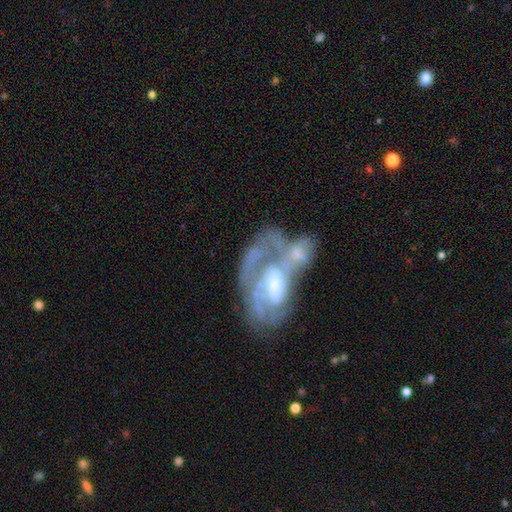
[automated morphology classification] Smooth or featured?
  - featured or disk: 71% *
  - smooth: 19%
  - star or artifact: 10%
Edge-on disk?
  - no: 94% *
  - yes: 6%
Bar?
  - no: 54% *
  - weak: 32%
  - strong: 13%
Spiral arms?
  - yes: 56% *
  - no: 44%
Bulge size?
  - moderate: 44% *
  - small: 27%
  - none: 15%
  - large: 12%
  - dominant: 2%
Merging?
  - merger: 55% *
  - major disturbance: 18%
  - none: 17%
  - minor disturbance: 11%